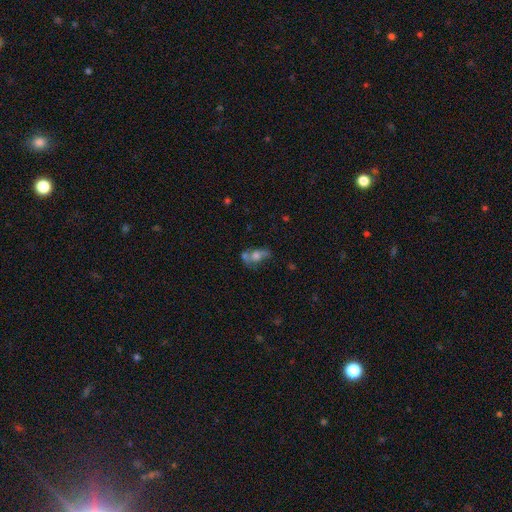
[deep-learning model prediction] Smooth or featured? smooth (46%)
Merging? none (35%)